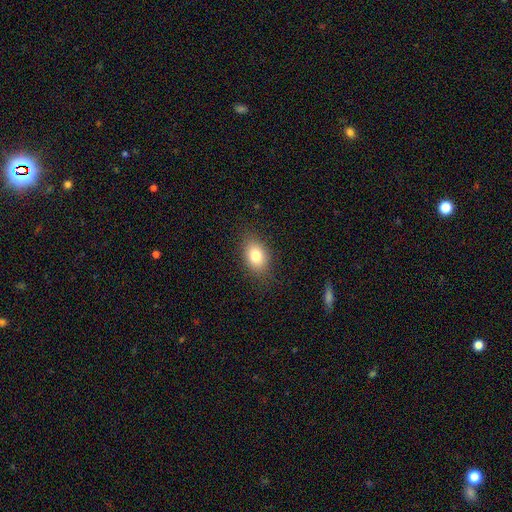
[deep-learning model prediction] This appears to be a smooth galaxy with no disk features (79%) that is in between round and cigar-shaped (78%). Merging: none (84%).